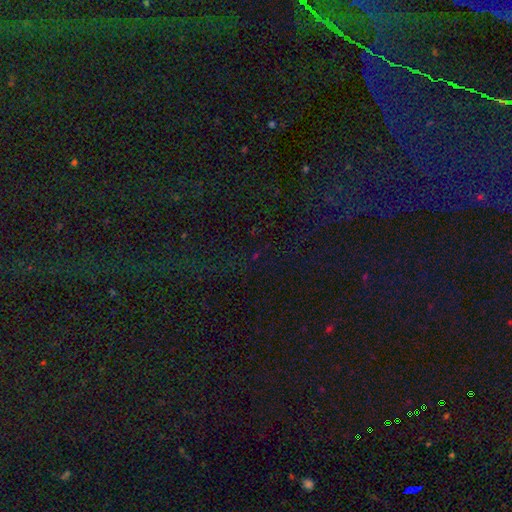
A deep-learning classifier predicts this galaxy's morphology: Smooth or featured?
  - star or artifact: 70% *
  - smooth: 22%
  - featured or disk: 8%